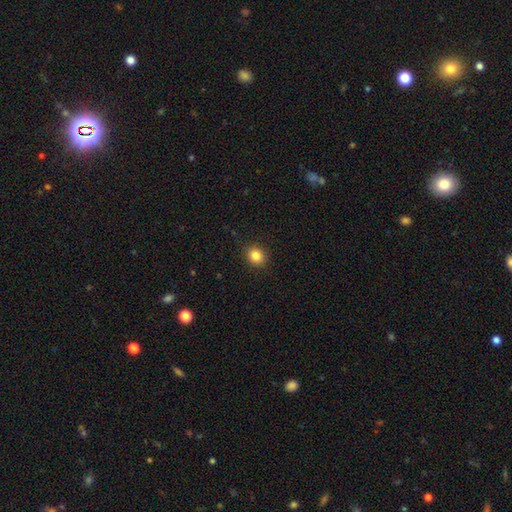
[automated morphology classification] Overall: smooth (85%). How rounded: round (67%; in between 32%). Merging: none (90%).